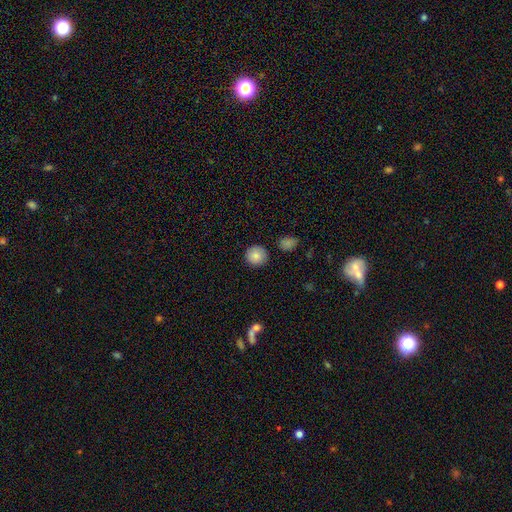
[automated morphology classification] type=smooth (84%); roundness=round (93%); merging=none (89%).